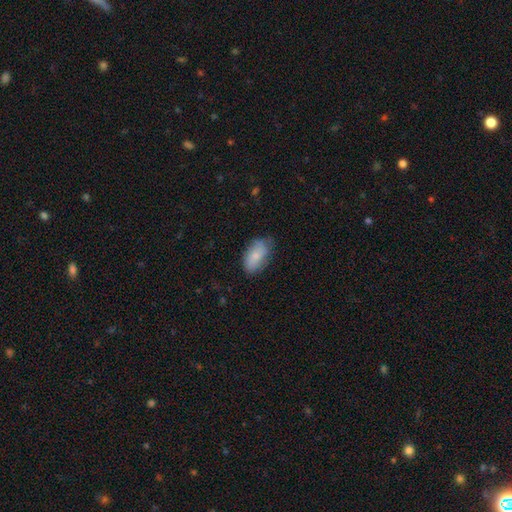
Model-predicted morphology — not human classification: This appears to be a smooth galaxy with no disk features (76%) that is in between round and cigar-shaped (93%). Merging: none (71%).